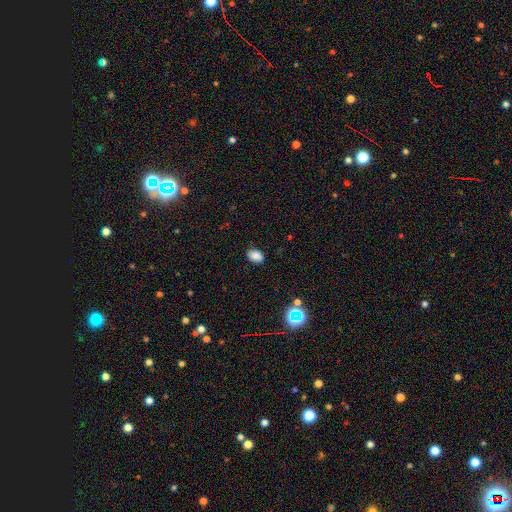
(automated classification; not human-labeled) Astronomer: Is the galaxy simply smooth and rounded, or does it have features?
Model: smooth — 82%.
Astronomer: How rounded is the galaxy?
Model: in between — 83%.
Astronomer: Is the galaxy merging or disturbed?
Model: none — 84%.